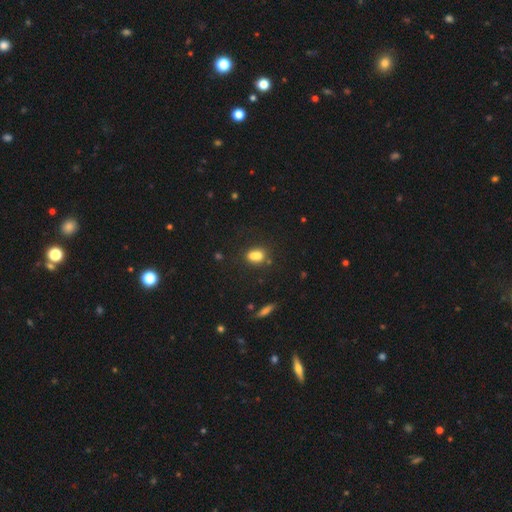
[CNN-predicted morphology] This is likely a smooth galaxy (68%). How rounded: possibly in between (53%). Merging: possibly merger (53%).